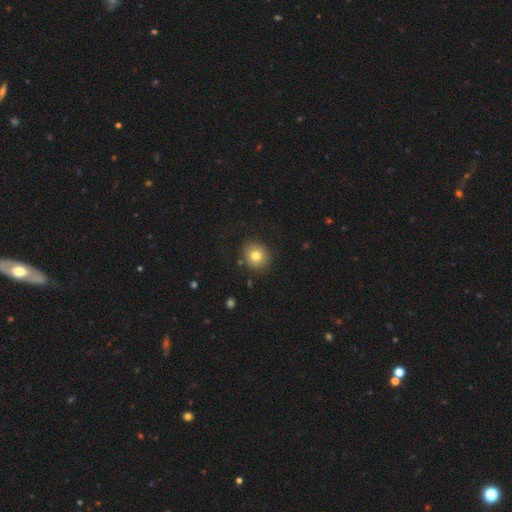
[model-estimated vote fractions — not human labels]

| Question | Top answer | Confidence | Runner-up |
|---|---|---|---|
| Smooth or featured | smooth | 79% | star or artifact (11%) |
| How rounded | round | 82% | in between (17%) |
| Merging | none | 87% | minor disturbance (9%) |